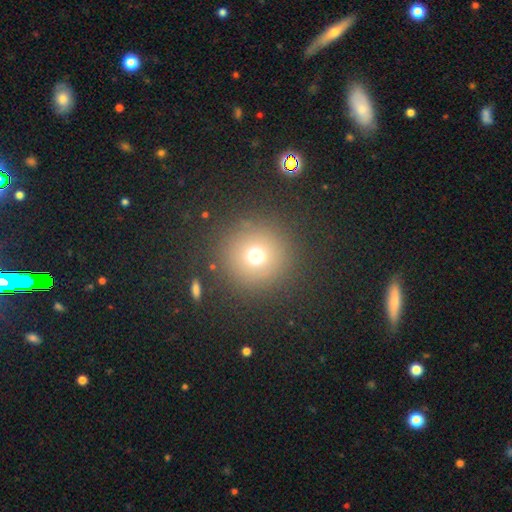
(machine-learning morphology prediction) A smooth galaxy with no disk features (69%) that is round (96%). Merging: none (86%).